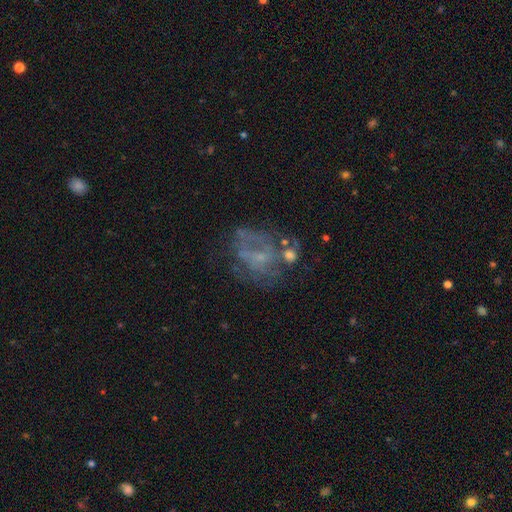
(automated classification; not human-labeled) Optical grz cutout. It shows a featured or disk galaxy (61%) with no bar (65%), no spiral arms (55%) and a small central bulge (44%). Merging: none (41%).